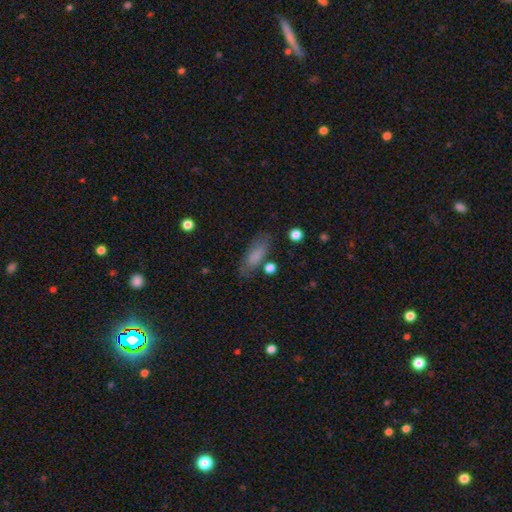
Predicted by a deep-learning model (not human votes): Smooth or featured?
  - smooth: 76% *
  - featured or disk: 15%
  - star or artifact: 9%
How rounded?
  - in between: 73% *
  - cigar-shaped: 24%
  - round: 3%
Merging?
  - none: 72% *
  - minor disturbance: 18%
  - major disturbance: 6%
  - merger: 4%